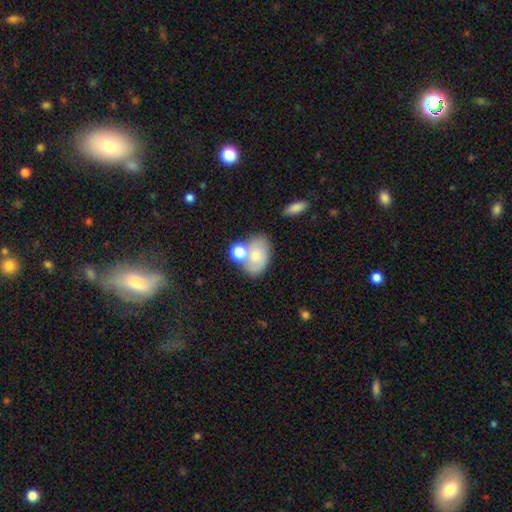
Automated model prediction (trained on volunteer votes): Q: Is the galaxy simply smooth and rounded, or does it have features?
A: smooth — 68%.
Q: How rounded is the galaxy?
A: in between — 80%.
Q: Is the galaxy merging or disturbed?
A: none — 49%.